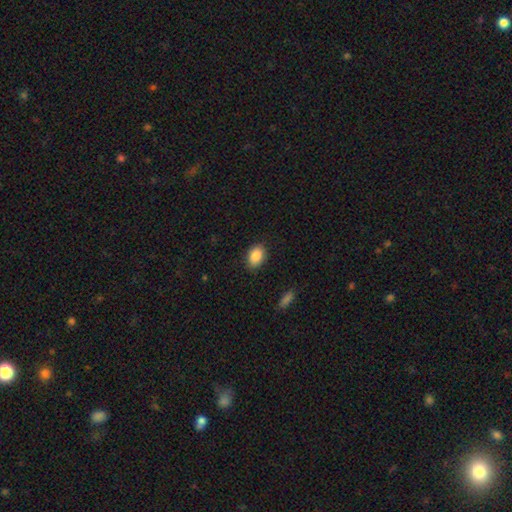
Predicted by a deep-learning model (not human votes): This is clearly a smooth galaxy (89%). How rounded: clearly in between (83%). Merging: clearly none (87%).